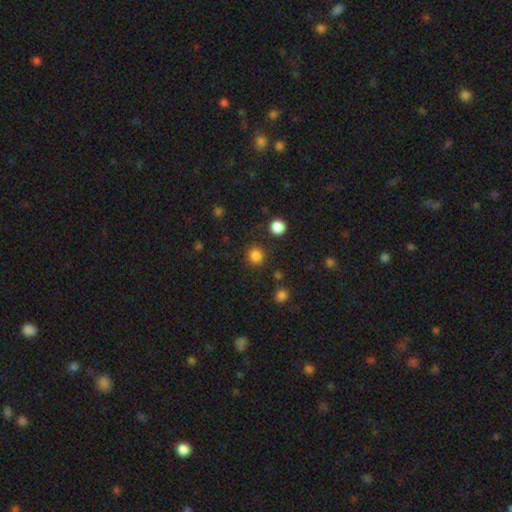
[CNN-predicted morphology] Overall: smooth (83%). How rounded: round (88%). Merging: none (87%).